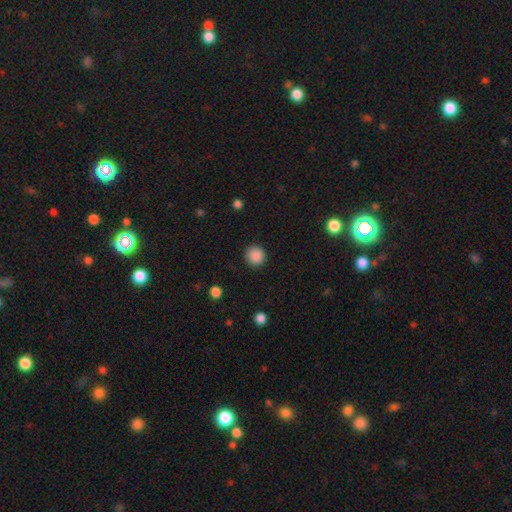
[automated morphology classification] Smooth or featured? Predicted: smooth (p=0.88). How rounded? Predicted: round (p=0.94). Merging? Predicted: none (p=0.91).